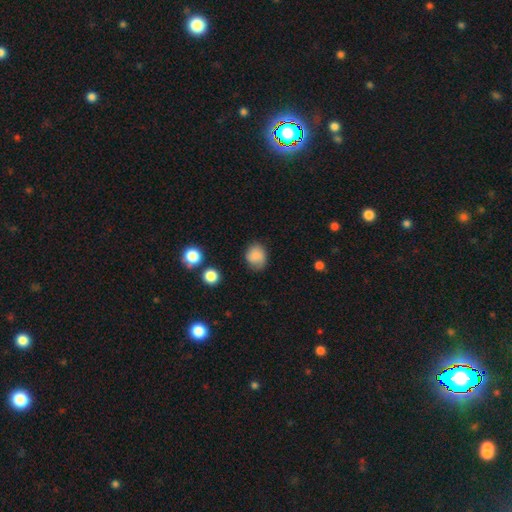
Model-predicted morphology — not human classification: Smooth or featured? smooth (79%)
How rounded? round (61%)
Merging? none (65%)